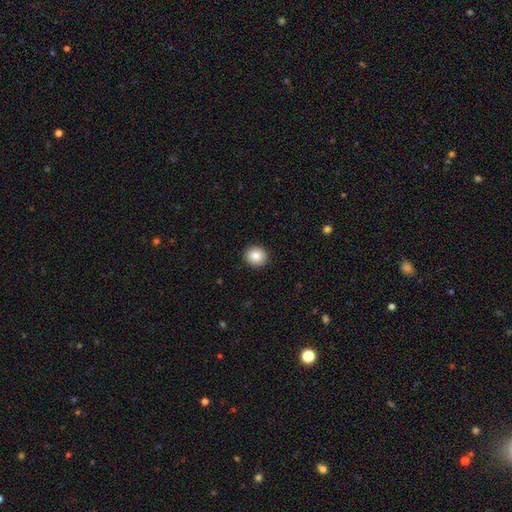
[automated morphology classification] smooth_or_featured: smooth (p=0.85) [alt: star or artifact p=0.08]
how_rounded: round (p=0.88) [alt: in between p=0.11]
merging: none (p=0.92) [alt: minor disturbance p=0.05]